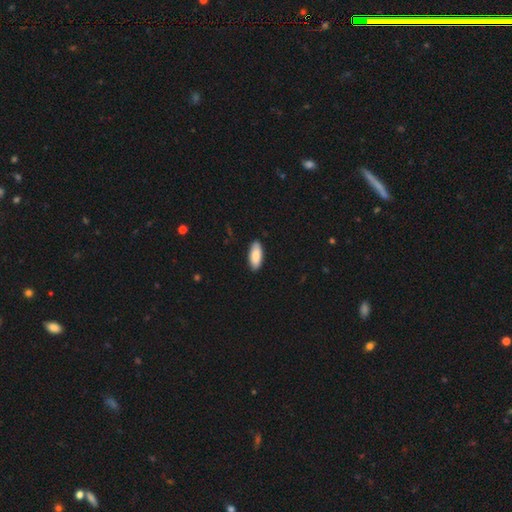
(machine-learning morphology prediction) This is clearly a smooth galaxy (85%). How rounded: clearly in between (82%). Merging: clearly none (89%).